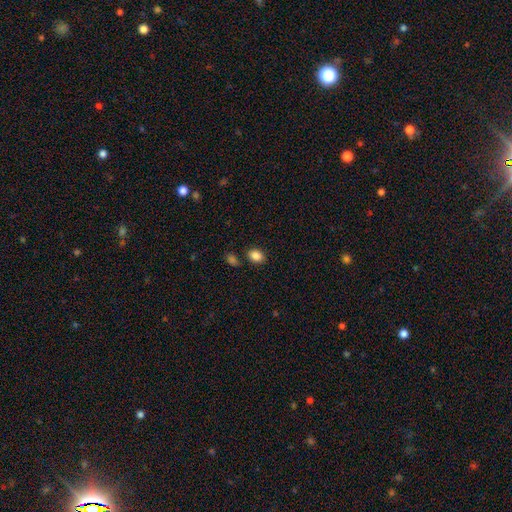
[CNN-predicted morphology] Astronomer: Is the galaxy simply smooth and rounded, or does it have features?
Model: smooth — 86%.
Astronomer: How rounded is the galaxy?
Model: in between — 67%.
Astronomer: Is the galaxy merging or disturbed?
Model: none — 82%.